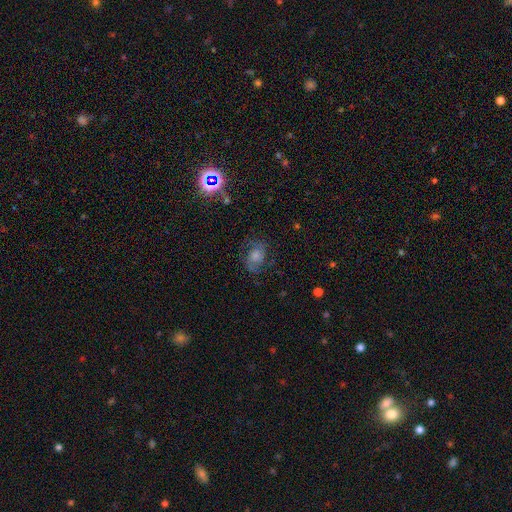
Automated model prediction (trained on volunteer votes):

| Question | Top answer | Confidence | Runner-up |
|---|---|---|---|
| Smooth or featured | featured or disk | 61% | star or artifact (24%) |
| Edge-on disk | no | 97% | yes (3%) |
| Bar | no | 63% | weak (30%) |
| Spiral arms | yes | 93% | no (7%) |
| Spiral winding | medium | 52% | tight (31%) |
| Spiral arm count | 2 | 76% | can't tell (12%) |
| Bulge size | moderate | 49% | small (25%) |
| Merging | none | 77% | minor disturbance (14%) |